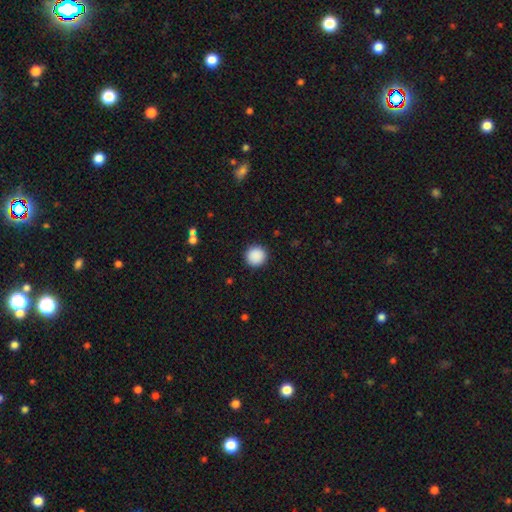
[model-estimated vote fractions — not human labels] Smooth or featured: smooth — 89% (star or artifact — 8%)
How rounded: round — 95% (in between — 4%)
Merging: none — 92% (minor disturbance — 5%)